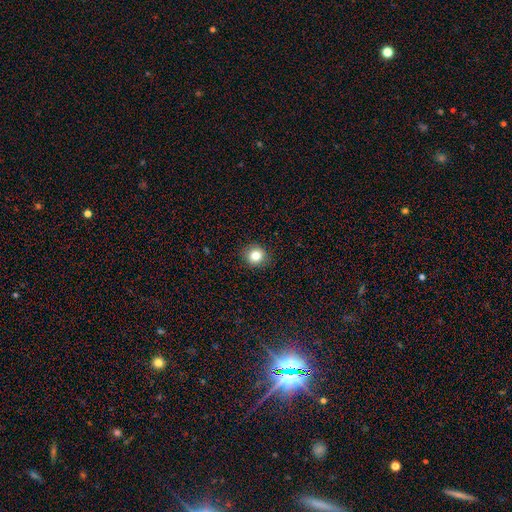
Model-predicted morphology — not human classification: A smooth galaxy with no disk features (82%) that is round (88%). Merging: none (90%).